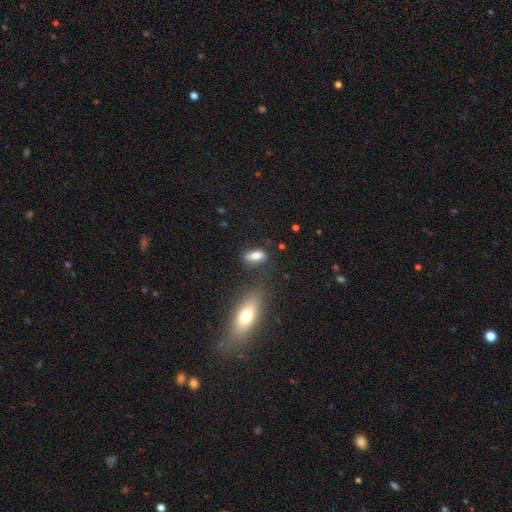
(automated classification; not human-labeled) This is likely a smooth galaxy (79%). How rounded: likely in between (78%). Merging: likely none (69%).